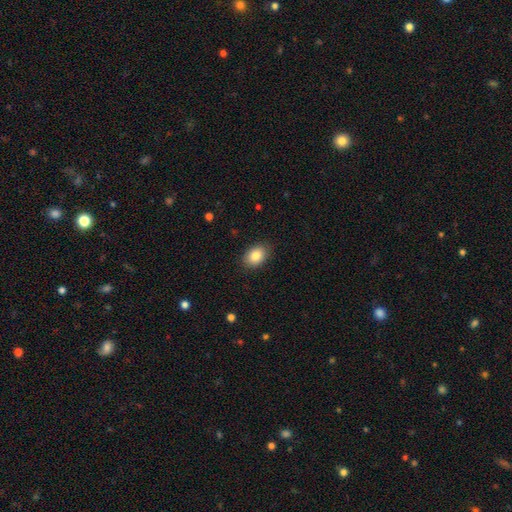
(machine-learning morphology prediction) Overall: smooth (85%). How rounded: in between (80%). Merging: none (87%).